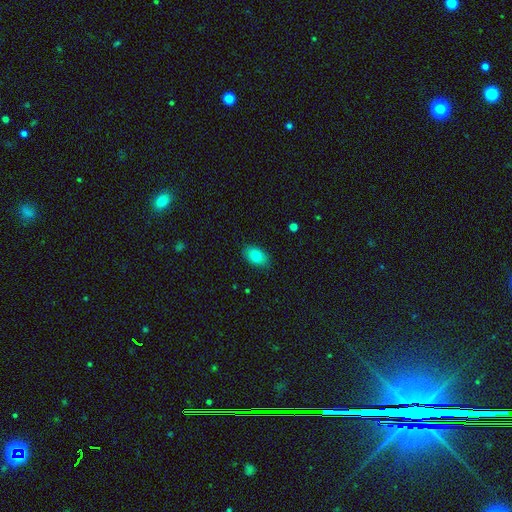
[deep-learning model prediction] A smooth galaxy with no disk features (80%) that is in between round and cigar-shaped (89%).

Vote fractions:
- Smooth or featured? smooth: 80% / featured or disk: 11% / star or artifact: 8%
- How rounded? in between: 89% / round: 9% / cigar-shaped: 2%
- Merging? none: 87% / minor disturbance: 10% / major disturbance: 2% / merger: 1%